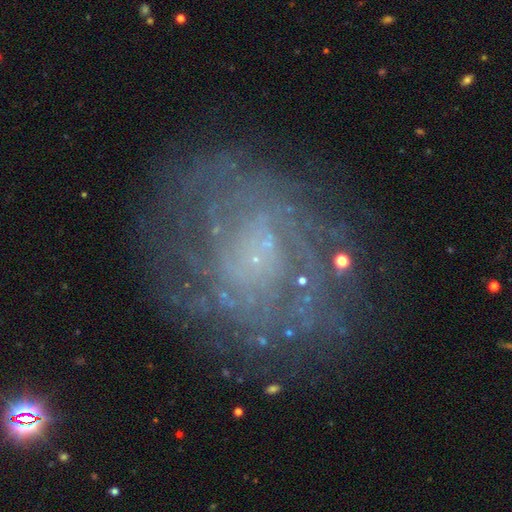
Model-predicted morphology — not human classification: Smooth or featured?
  - featured or disk: 73% *
  - smooth: 14%
  - star or artifact: 13%
Edge-on disk?
  - no: 97% *
  - yes: 3%
Bar?
  - no: 73% *
  - weak: 22%
  - strong: 5%
Spiral arms?
  - yes: 74% *
  - no: 26%
Spiral winding?
  - tight: 53% *
  - medium: 31%
  - loose: 16%
Spiral arm count?
  - can't tell: 55% *
  - 2: 17%
  - 3: 9%
  - 4: 7%
  - more than 4: 7%
  - 1: 6%
Bulge size?
  - small: 64% *
  - none: 27%
  - moderate: 6%
  - large: 2%
  - dominant: 1%
Merging?
  - none: 72% *
  - minor disturbance: 15%
  - major disturbance: 11%
  - merger: 2%